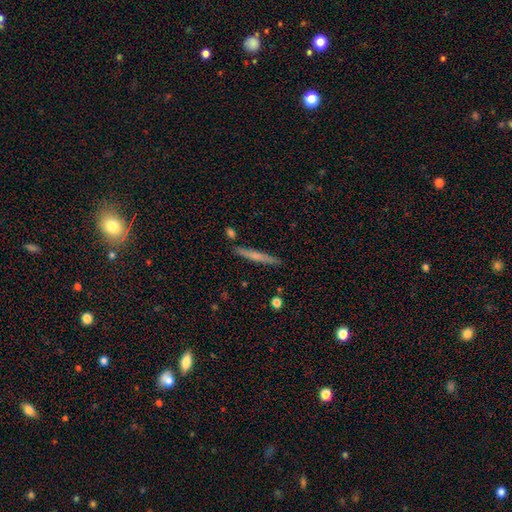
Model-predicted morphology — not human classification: Smooth or featured? Predicted: smooth (p=0.52). How rounded? Predicted: cigar-shaped (p=0.95). Merging? Predicted: none (p=0.86).